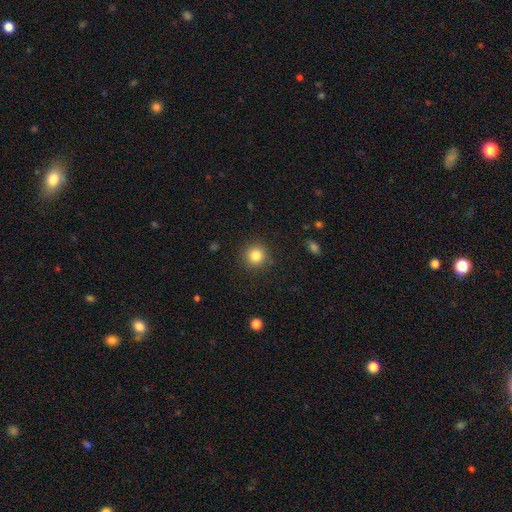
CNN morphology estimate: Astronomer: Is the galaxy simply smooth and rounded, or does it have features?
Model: smooth — 83%.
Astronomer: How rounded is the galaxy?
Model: round — 94%.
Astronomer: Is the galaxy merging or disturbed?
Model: none — 90%.